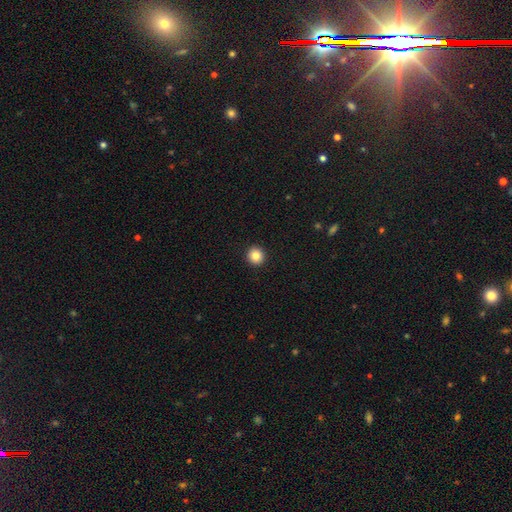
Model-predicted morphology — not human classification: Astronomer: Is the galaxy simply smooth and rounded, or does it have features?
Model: smooth — 84%.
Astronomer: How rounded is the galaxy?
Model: round — 94%.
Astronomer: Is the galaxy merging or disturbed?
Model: none — 94%.